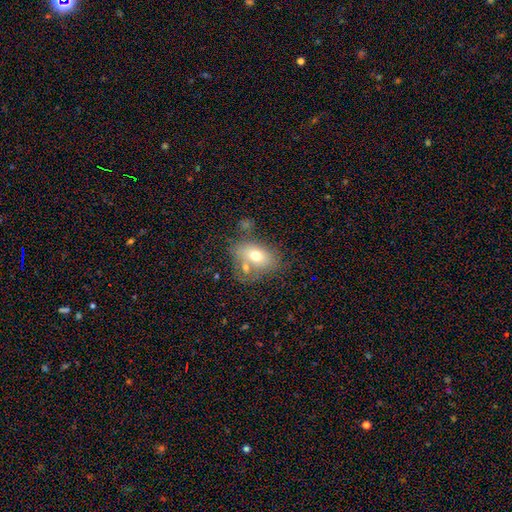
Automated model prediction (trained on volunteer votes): Smooth or featured: smooth — 67% (featured or disk — 23%)
How rounded: in between — 77% (round — 21%)
Merging: none — 48% (merger — 27%)